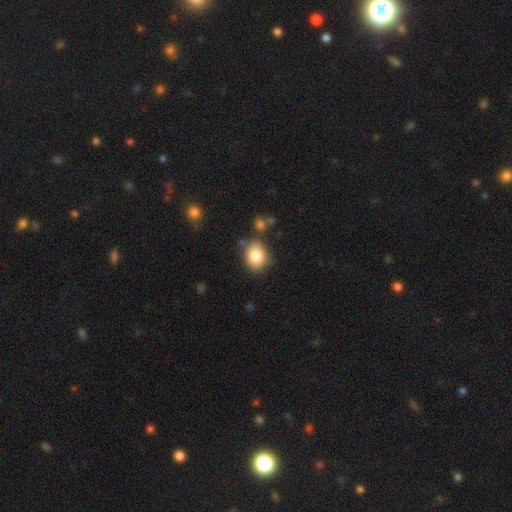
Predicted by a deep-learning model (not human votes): Smooth or featured? Predicted: smooth (p=0.83). How rounded? Predicted: round (p=0.53). Merging? Predicted: none (p=0.77).